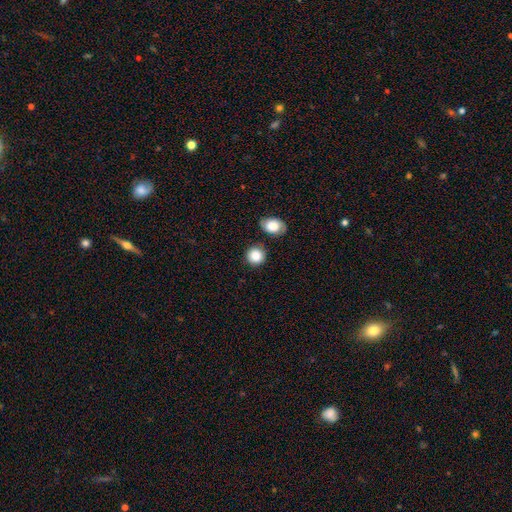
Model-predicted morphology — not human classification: Smooth or featured? smooth (86%)
How rounded? round (87%)
Merging? none (82%)